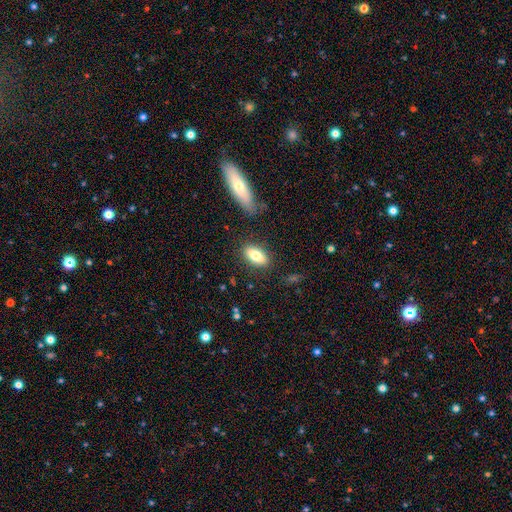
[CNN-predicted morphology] smooth 79%, featured or disk 14%, star or artifact 7%. Down the decision tree: how rounded — in between (89%); merging — none (82%).